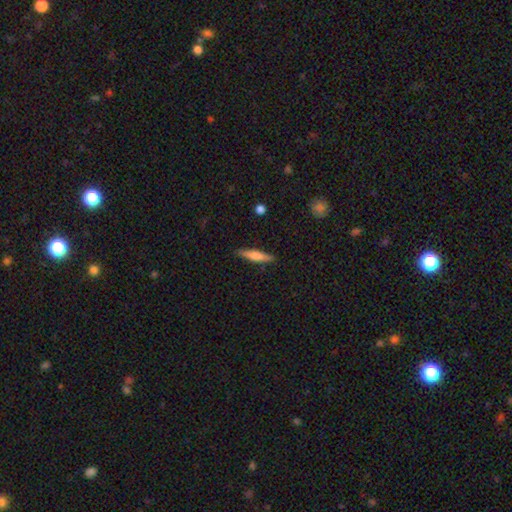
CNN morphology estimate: Overall: smooth (57%; featured or disk 37%). How rounded: cigar-shaped (86%). Merging: none (88%).